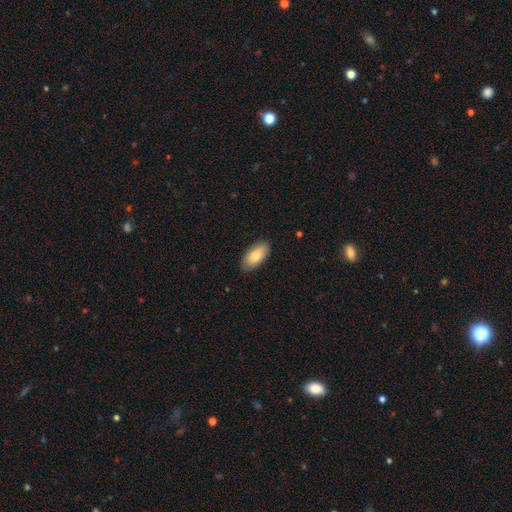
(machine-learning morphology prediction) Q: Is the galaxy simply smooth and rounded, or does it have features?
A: smooth — 82%.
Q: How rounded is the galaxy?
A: in between — 93%.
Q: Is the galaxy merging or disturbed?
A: none — 87%.